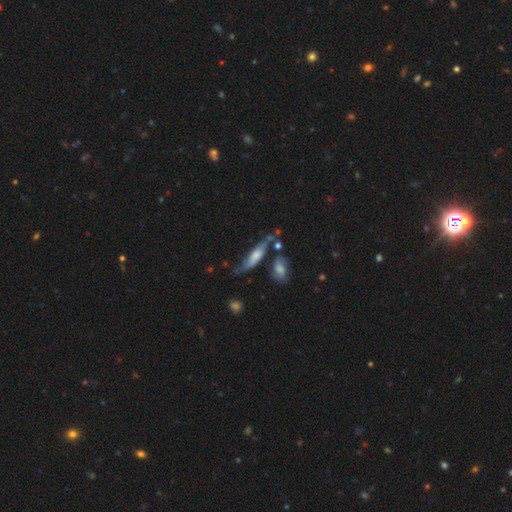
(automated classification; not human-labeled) Smooth or featured? smooth (48%)
Merging? none (44%)